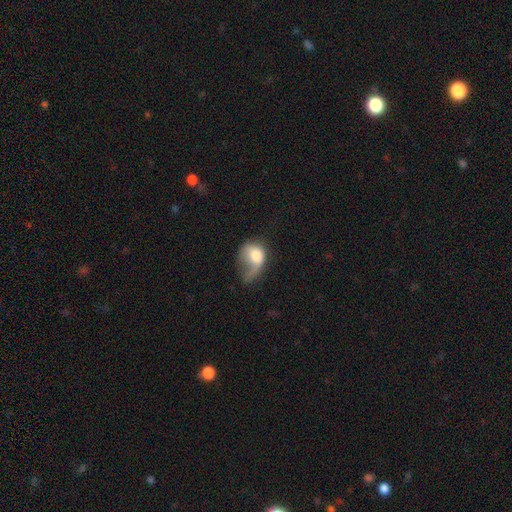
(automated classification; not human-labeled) Smooth or featured?
  - smooth: 64% *
  - featured or disk: 28%
  - star or artifact: 8%
How rounded?
  - in between: 61% *
  - round: 37%
  - cigar-shaped: 2%
Merging?
  - major disturbance: 57% *
  - minor disturbance: 22%
  - none: 15%
  - merger: 6%